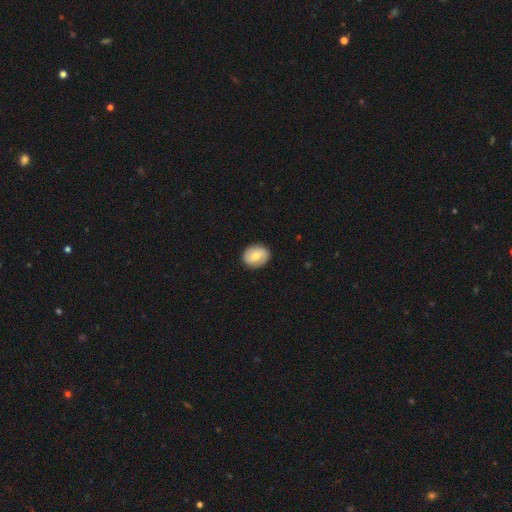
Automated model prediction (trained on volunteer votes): A smooth galaxy with no disk features (72%) that is round (55%).

Vote fractions:
- Smooth or featured? smooth: 72% / featured or disk: 21% / star or artifact: 7%
- How rounded? round: 55% / in between: 44% / cigar-shaped: 1%
- Merging? none: 88% / minor disturbance: 9% / major disturbance: 2% / merger: 1%